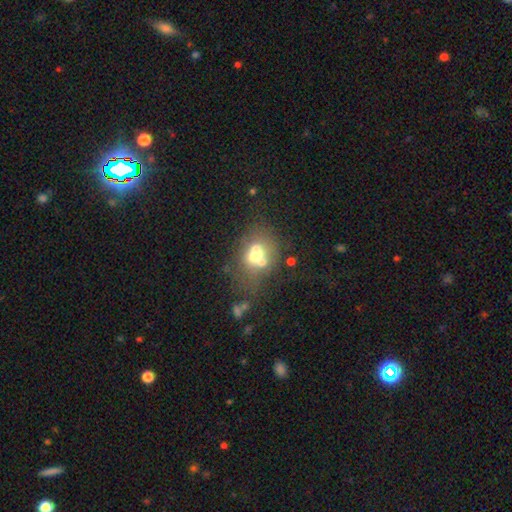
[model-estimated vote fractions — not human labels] Smooth or featured? Predicted: smooth (p=0.53). How rounded? Predicted: round (p=0.53). Merging? Predicted: merger (p=0.46).